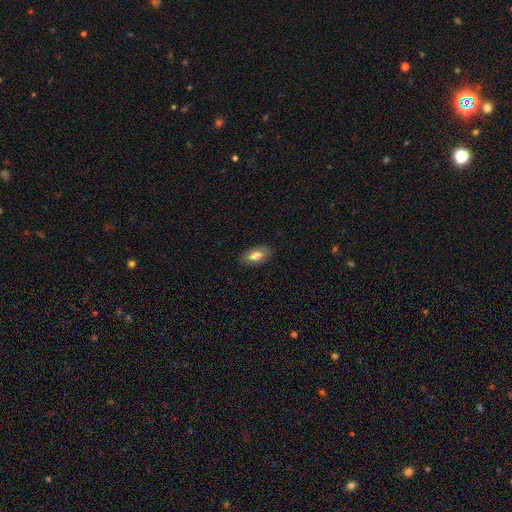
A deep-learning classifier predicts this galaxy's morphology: type=smooth (73%); roundness=in between (92%); merging=none (85%).